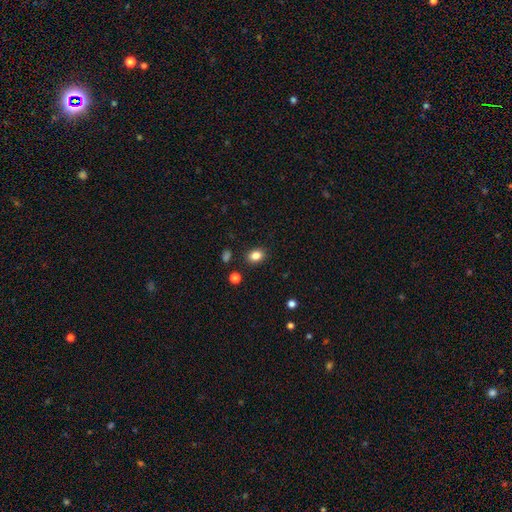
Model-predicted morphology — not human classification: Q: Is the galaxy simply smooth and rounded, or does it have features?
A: smooth — 84%.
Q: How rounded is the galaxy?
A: in between — 67%.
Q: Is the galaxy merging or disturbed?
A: none — 87%.